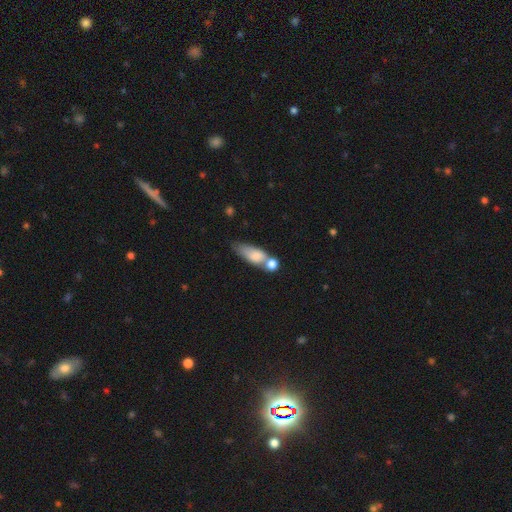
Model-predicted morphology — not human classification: Q: Smooth or featured?
A: smooth (75%); runner-up: featured or disk (17%)
Q: How rounded?
A: in between (65%); runner-up: cigar-shaped (27%)
Q: Merging?
A: merger (42%); runner-up: none (30%)